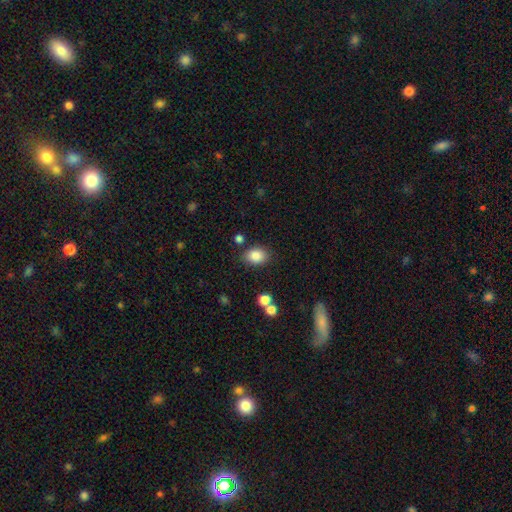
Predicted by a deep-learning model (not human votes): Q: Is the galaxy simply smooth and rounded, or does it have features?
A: smooth — 86%.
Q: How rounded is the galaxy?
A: in between — 75%.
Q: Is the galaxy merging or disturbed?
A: none — 80%.